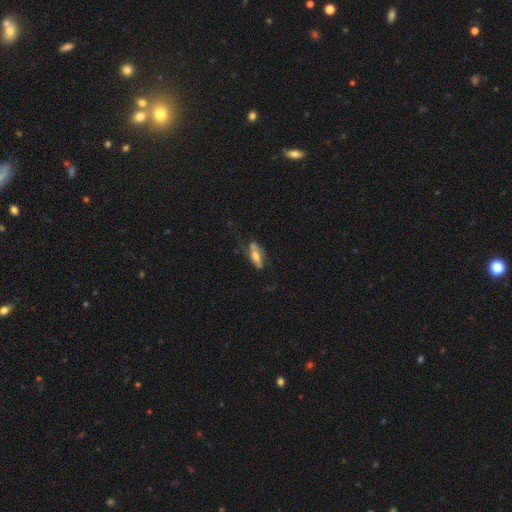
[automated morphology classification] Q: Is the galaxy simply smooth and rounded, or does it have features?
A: smooth — 55%.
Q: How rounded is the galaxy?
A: in between — 66%.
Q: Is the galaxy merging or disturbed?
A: none — 56%.